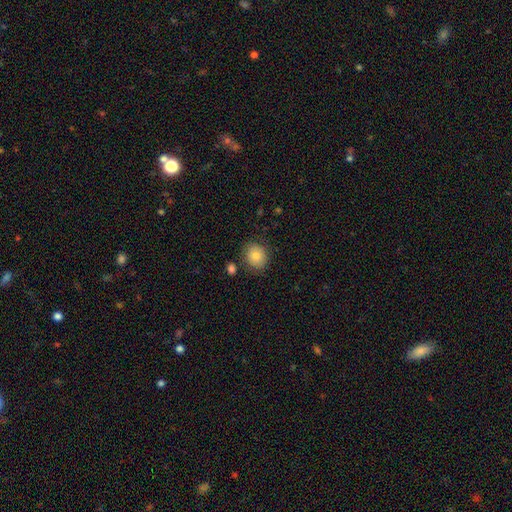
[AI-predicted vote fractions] This is clearly a smooth galaxy (81%). How rounded: likely round (68%). Merging: clearly none (81%).